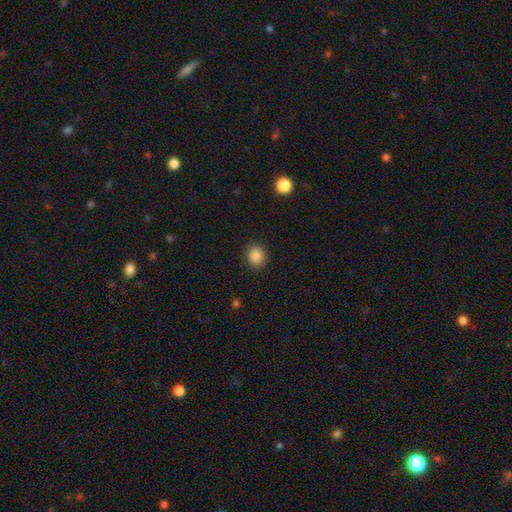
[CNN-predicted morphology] smooth-or-featured: smooth: 86% | star or artifact: 10% | featured or disk: 4%
  how-rounded: round: 67% | in between: 32% | cigar-shaped: 1%
  merging: none: 89% | minor disturbance: 7% | major disturbance: 2% | merger: 1%